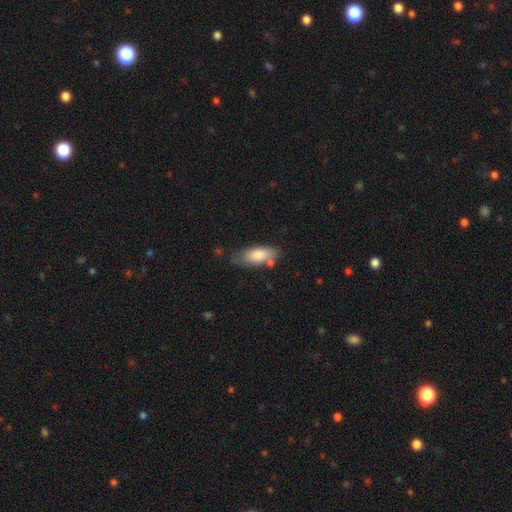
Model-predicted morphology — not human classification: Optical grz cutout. It shows a smooth galaxy with no disk features (78%) that is in between round and cigar-shaped (79%). Merging: none (67%).